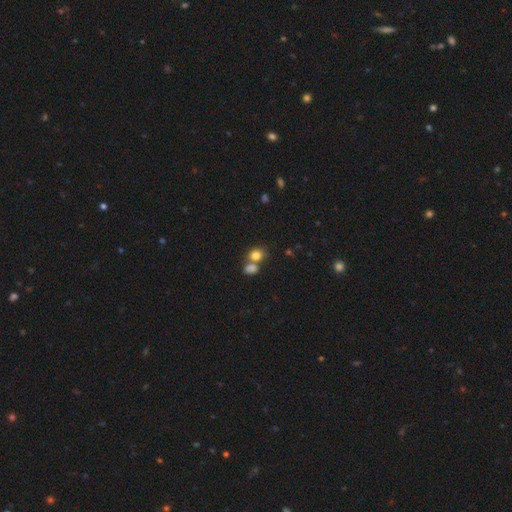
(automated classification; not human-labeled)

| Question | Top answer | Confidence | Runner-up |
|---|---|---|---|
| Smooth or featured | smooth | 81% | star or artifact (11%) |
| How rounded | round | 54% | in between (45%) |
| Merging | merger | 43% | tied: none (43%) |